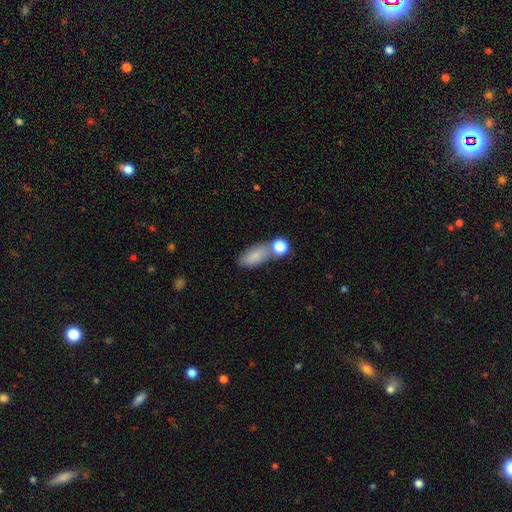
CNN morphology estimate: Q: Smooth or featured?
A: smooth (82%); runner-up: featured or disk (10%)
Q: How rounded?
A: in between (85%); runner-up: cigar-shaped (9%)
Q: Merging?
A: none (55%); runner-up: merger (25%)